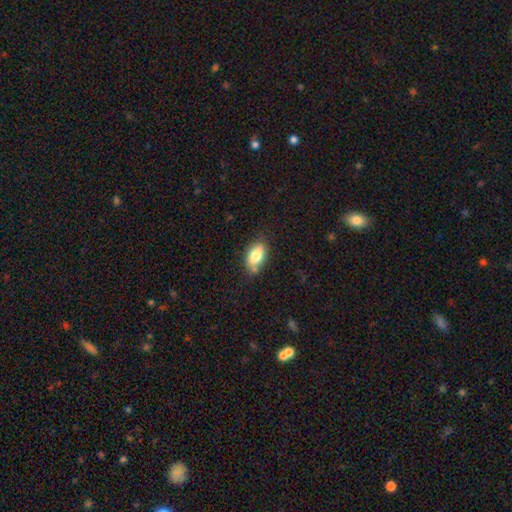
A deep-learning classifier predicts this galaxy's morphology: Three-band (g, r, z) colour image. It shows a smooth galaxy with no disk features (79%) that is in between round and cigar-shaped (89%). Merging: none (69%).